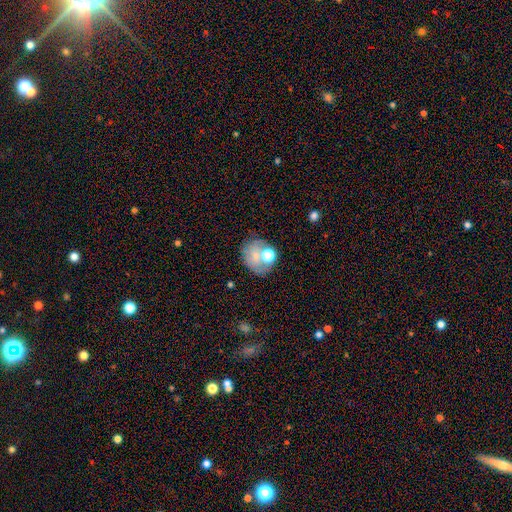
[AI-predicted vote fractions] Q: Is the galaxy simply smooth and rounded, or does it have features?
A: smooth — 65%.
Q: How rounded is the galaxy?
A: round — 59%.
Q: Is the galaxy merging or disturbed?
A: none — 56%.